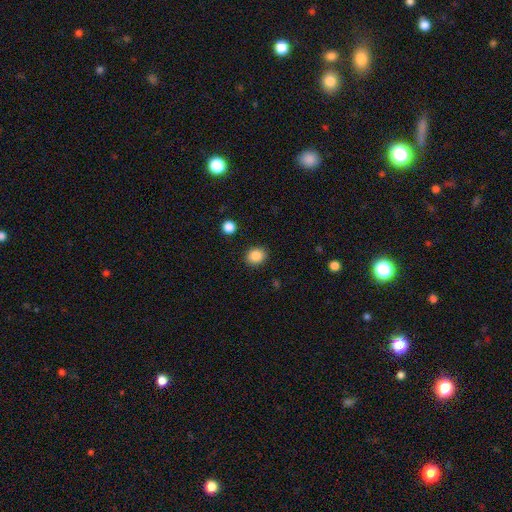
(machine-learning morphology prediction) This appears to be a smooth galaxy with no disk features (87%) that is round (67%). Merging: none (89%).